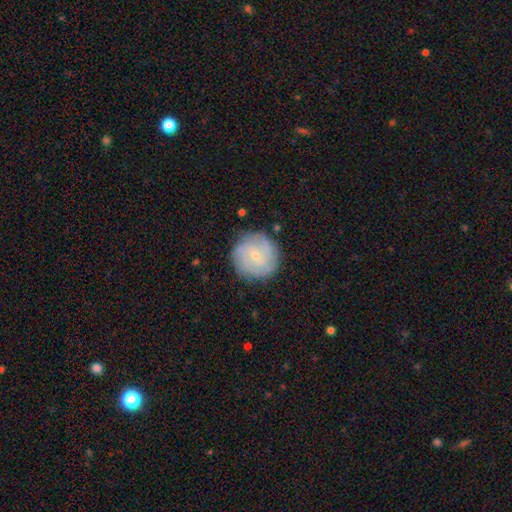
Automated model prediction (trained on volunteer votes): smooth_or_featured: featured or disk (p=0.60) [alt: smooth p=0.32]
disk_edge_on: no (p=0.98) [alt: yes p=0.02]
bar: no (p=0.72) [alt: weak p=0.24]
has_spiral_arms: yes (p=0.87) [alt: no p=0.13]
spiral_winding: tight (p=0.67) [alt: medium p=0.25]
spiral_arm_count: can't tell (p=0.39) [alt: 3 p=0.20]
bulge_size: small (p=0.79) [alt: moderate p=0.17]
merging: none (p=0.84) [alt: minor disturbance p=0.11]